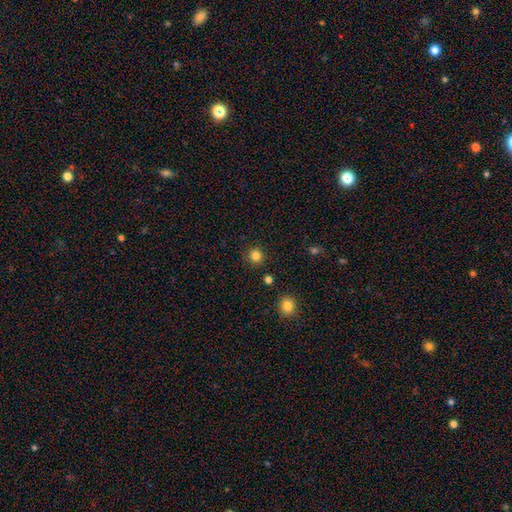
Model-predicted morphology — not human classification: Overall: smooth (84%). How rounded: round (91%). Merging: none (89%).